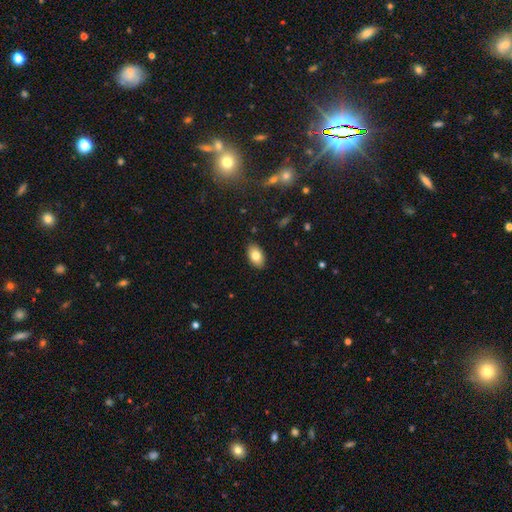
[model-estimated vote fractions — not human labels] The model was most divided on "smooth or featured": smooth: 80%, featured or disk: 13%, star or artifact: 8%. More confident: how rounded — in between (91%); merging — none (88%).